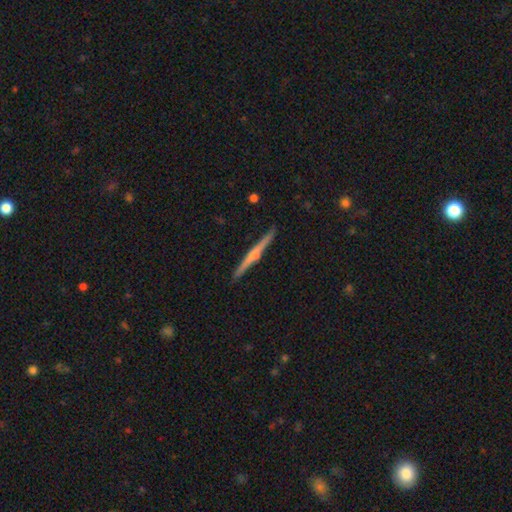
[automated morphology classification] Smooth or featured? featured or disk (74%)
Edge-on disk? yes (98%)
Edge-on bulge? rounded (78%)
Merging? none (91%)